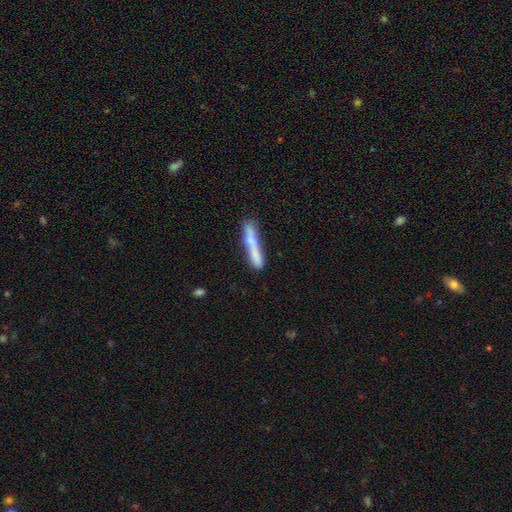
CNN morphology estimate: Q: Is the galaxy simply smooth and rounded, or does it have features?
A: smooth — 60%.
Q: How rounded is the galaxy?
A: cigar-shaped — 89%.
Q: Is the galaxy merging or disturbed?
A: none — 53%.